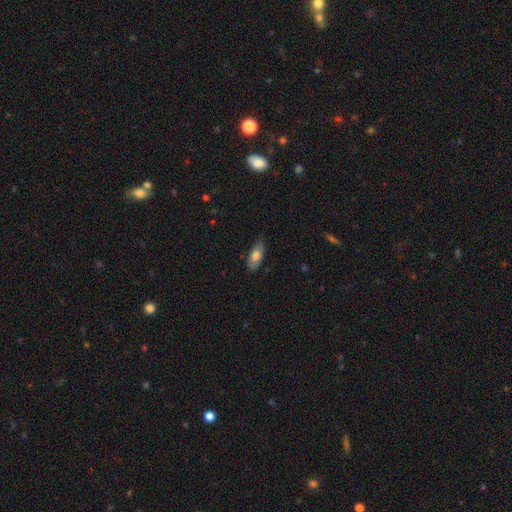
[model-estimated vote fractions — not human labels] smooth_or_featured: smooth (p=0.76) [alt: featured or disk p=0.18]
how_rounded: in between (p=0.83) [alt: cigar-shaped p=0.14]
merging: none (p=0.80) [alt: minor disturbance p=0.16]